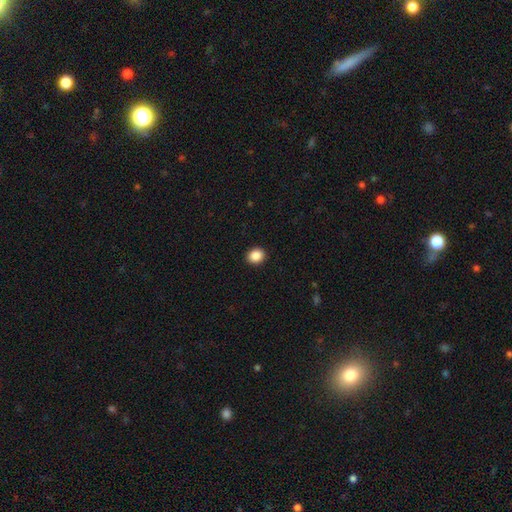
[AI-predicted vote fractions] Overall: smooth (89%). How rounded: round (67%; in between 32%). Merging: none (92%).